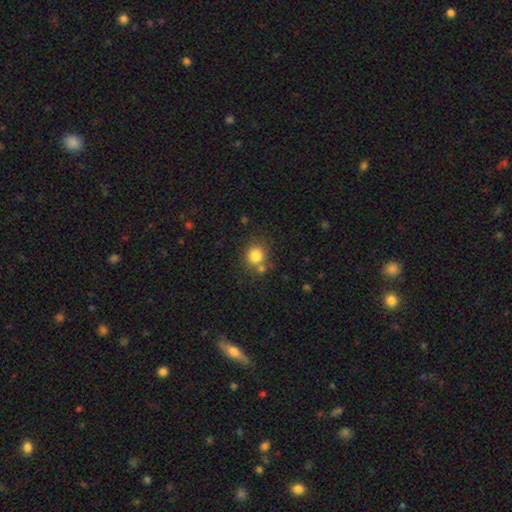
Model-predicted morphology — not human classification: smooth 82%, star or artifact 12%, featured or disk 7%. Down the decision tree: how rounded — round (88%); merging — none (67%).